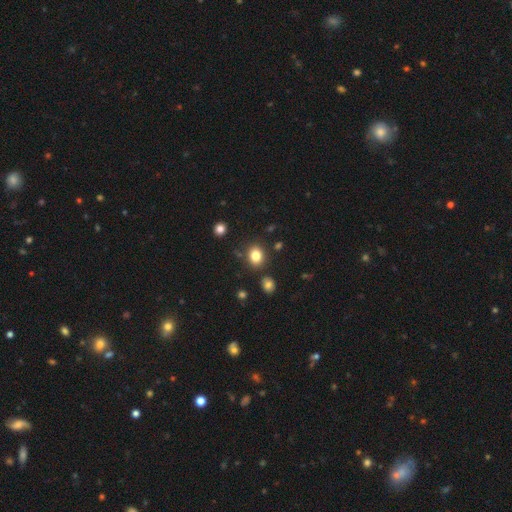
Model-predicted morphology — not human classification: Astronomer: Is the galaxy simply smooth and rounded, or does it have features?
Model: smooth — 82%.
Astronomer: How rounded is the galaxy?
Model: round — 54% (runner-up: in between, 45%).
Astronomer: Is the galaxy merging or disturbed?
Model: none — 82%.